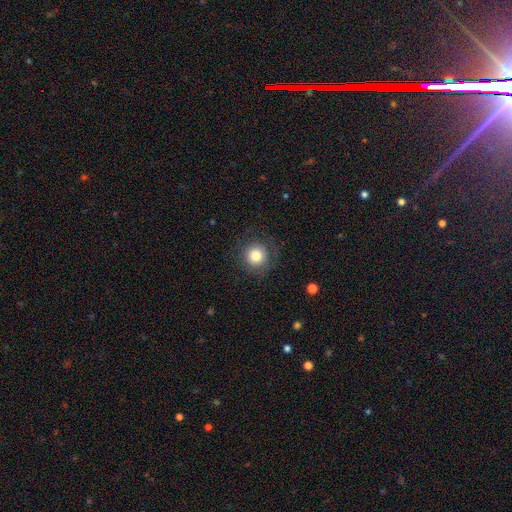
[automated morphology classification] A smooth galaxy with no disk features (81%) that is round (94%). Merging: none (84%).